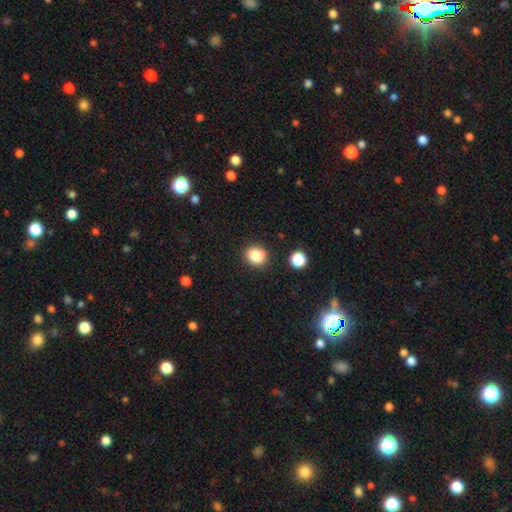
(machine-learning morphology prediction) This appears to be a smooth galaxy with no disk features (84%) that is round (72%). Merging: none (84%).